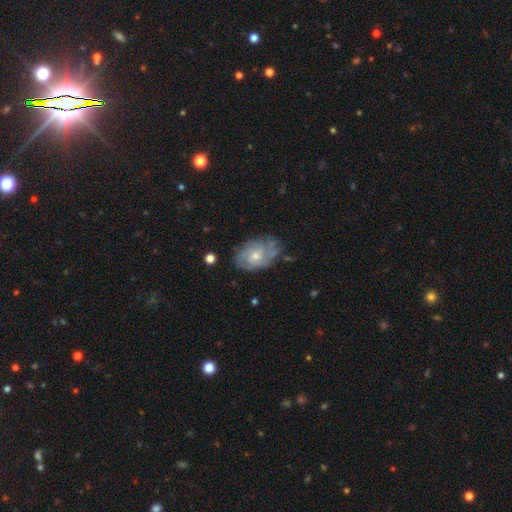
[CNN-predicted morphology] Q: Smooth or featured?
A: featured or disk (69%); runner-up: smooth (23%)
Q: Edge-on disk?
A: no (96%); runner-up: yes (4%)
Q: Bar?
A: no (73%); runner-up: weak (24%)
Q: Spiral arms?
A: yes (86%); runner-up: no (14%)
Q: Spiral winding?
A: tight (56%); runner-up: medium (33%)
Q: Spiral arm count?
A: can't tell (45%); runner-up: 2 (22%)
Q: Bulge size?
A: moderate (49%); runner-up: small (46%)
Q: Merging?
A: none (69%); runner-up: minor disturbance (22%)